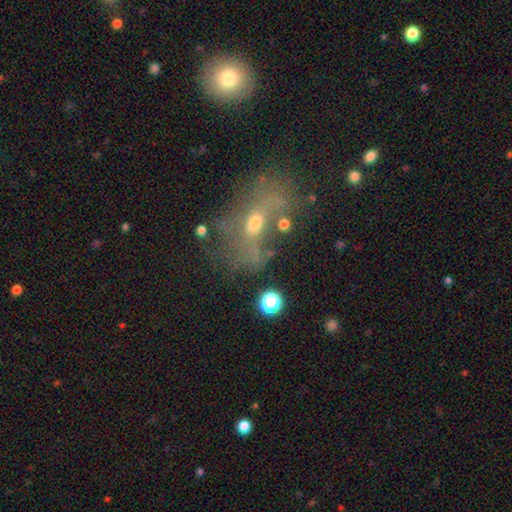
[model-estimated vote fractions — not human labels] Smooth or featured?
  - featured or disk: 41% *
  - smooth: 34%
  - star or artifact: 25%
Merging?
  - none: 35% *
  - major disturbance: 33%
  - merger: 17%
  - minor disturbance: 16%